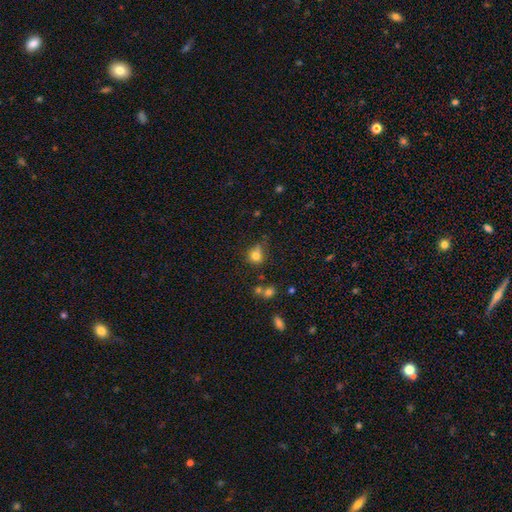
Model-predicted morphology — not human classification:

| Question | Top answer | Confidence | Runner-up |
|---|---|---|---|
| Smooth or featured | smooth | 77% | star or artifact (14%) |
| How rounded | round | 72% | in between (27%) |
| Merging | none | 54% | minor disturbance (27%) |